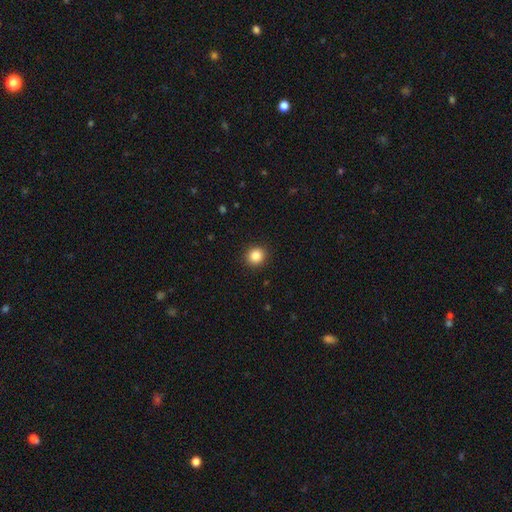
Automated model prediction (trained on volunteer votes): smooth-or-featured: smooth: 85% | star or artifact: 11% | featured or disk: 4%
  how-rounded: round: 90% | in between: 9% | cigar-shaped: 1%
  merging: none: 92% | minor disturbance: 5% | major disturbance: 2% | merger: 1%